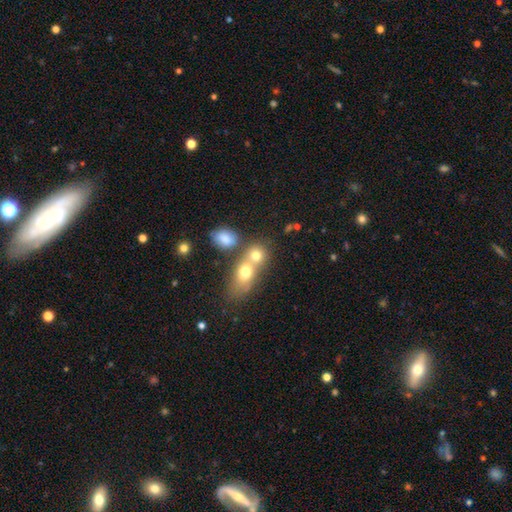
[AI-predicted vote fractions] Smooth or featured?
  - smooth: 71% *
  - featured or disk: 16%
  - star or artifact: 12%
How rounded?
  - round: 61% *
  - in between: 37%
  - cigar-shaped: 2%
Merging?
  - merger: 58% *
  - none: 31%
  - minor disturbance: 7%
  - major disturbance: 4%